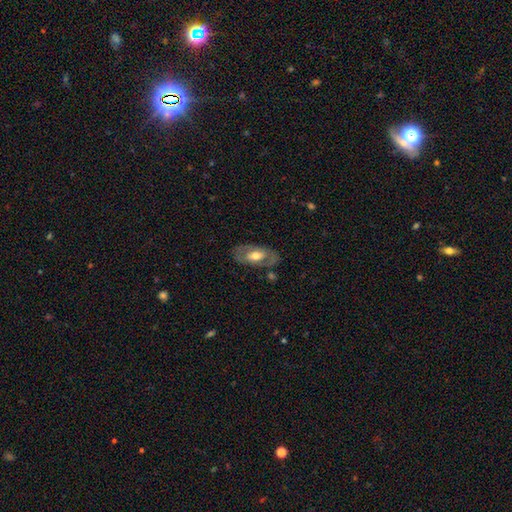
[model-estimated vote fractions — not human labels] Morphology: type=featured or disk (57%); edge-on=no (88%); bar=no (56%); spiral arms=no (65%); bulge=moderate (69%); merging=none (76%).